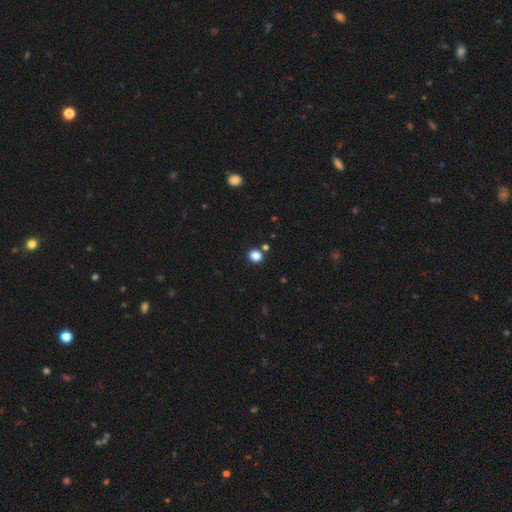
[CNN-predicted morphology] Q: Smooth or featured?
A: smooth (83%); runner-up: star or artifact (13%)
Q: How rounded?
A: round (80%); runner-up: in between (19%)
Q: Merging?
A: none (83%); runner-up: minor disturbance (7%)